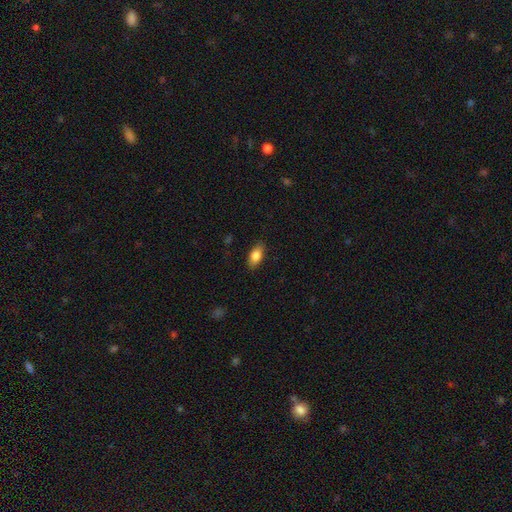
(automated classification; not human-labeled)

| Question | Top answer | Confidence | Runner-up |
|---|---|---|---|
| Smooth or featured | smooth | 83% | featured or disk (10%) |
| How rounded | in between | 89% | cigar-shaped (7%) |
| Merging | none | 85% | minor disturbance (11%) |